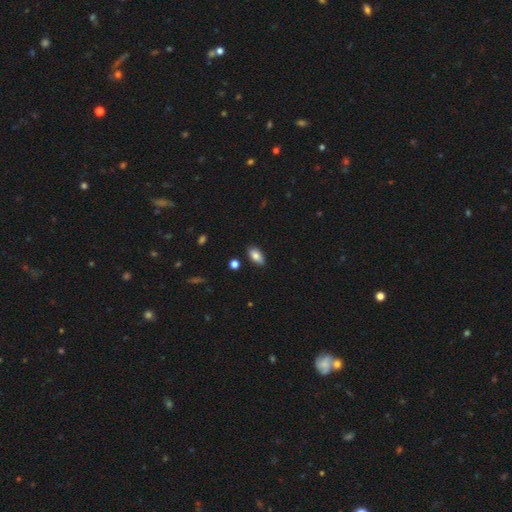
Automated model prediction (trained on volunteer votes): smooth-or-featured: smooth: 83% | featured or disk: 9% | star or artifact: 8%
  how-rounded: in between: 91% | cigar-shaped: 5% | round: 3%
  merging: none: 86% | minor disturbance: 10% | major disturbance: 2% | merger: 2%